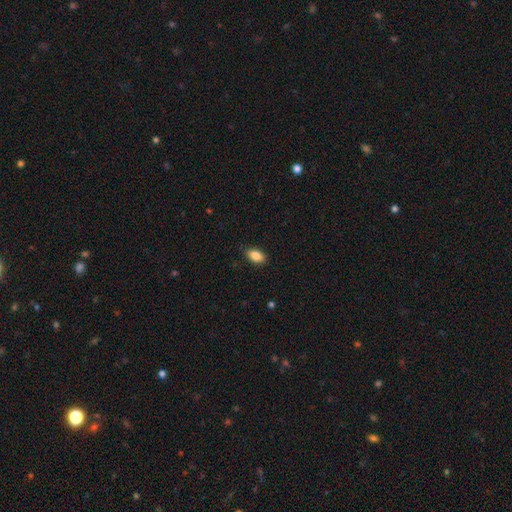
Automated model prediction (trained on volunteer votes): Smooth or featured? smooth (87%)
How rounded? in between (91%)
Merging? none (87%)